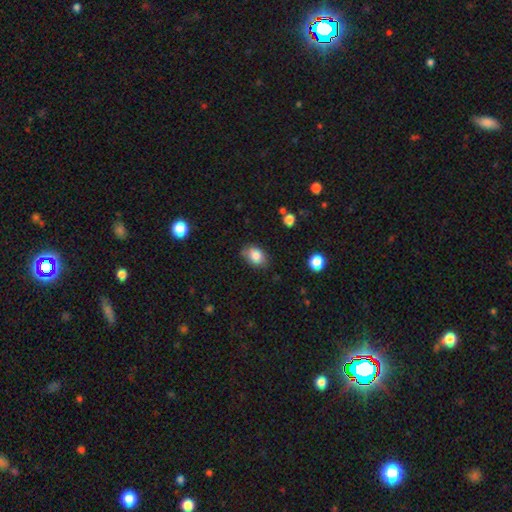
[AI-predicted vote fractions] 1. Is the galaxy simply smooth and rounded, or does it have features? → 82% smooth, 9% featured or disk, 9% star or artifact.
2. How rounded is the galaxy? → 78% in between, 21% round, 1% cigar-shaped.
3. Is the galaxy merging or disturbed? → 71% none, 23% minor disturbance, 4% major disturbance, 2% merger.